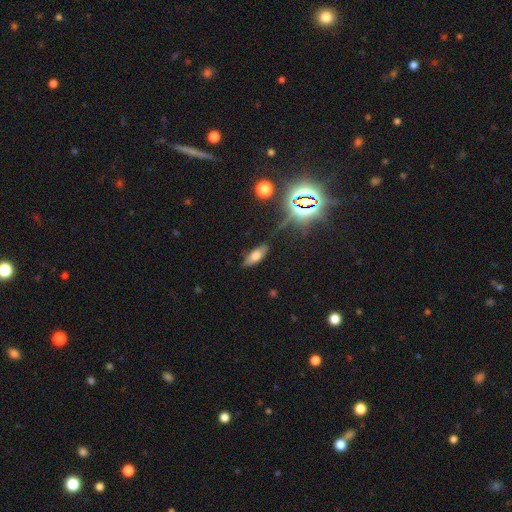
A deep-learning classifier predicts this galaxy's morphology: Overall: smooth (65%). How rounded: in between (73%). Merging: none (80%).